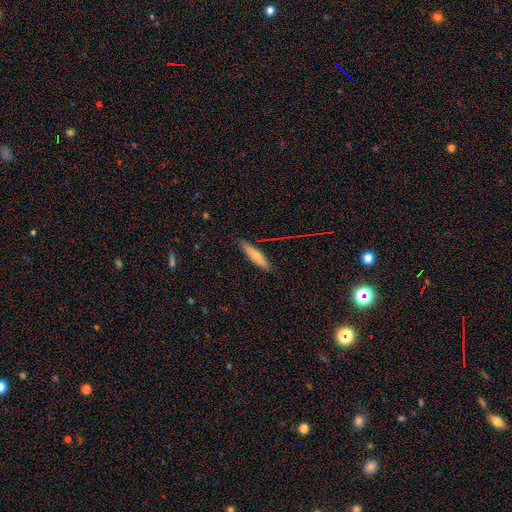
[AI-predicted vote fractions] Morphology: type=smooth (57%); roundness=cigar-shaped (82%); merging=none (86%).